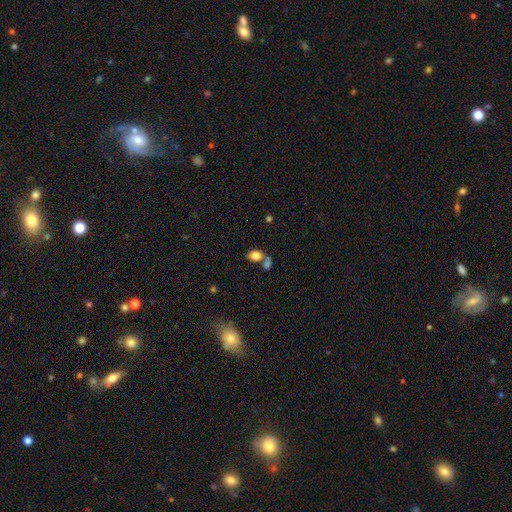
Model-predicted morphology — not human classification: The model was most divided on "merging": none: 47%, merger: 37%, minor disturbance: 11%, major disturbance: 5%. More confident: smooth or featured — smooth (82%); how rounded — in between (79%).